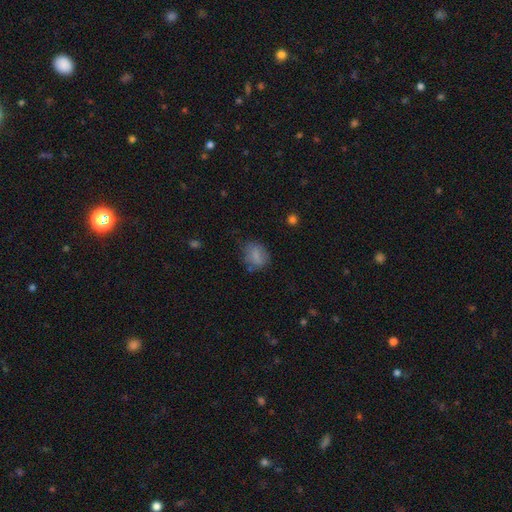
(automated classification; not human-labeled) Smooth or featured?
  - smooth: 76% *
  - featured or disk: 14%
  - star or artifact: 10%
How rounded?
  - in between: 59% *
  - round: 39%
  - cigar-shaped: 2%
Merging?
  - none: 63% *
  - minor disturbance: 24%
  - major disturbance: 9%
  - merger: 4%